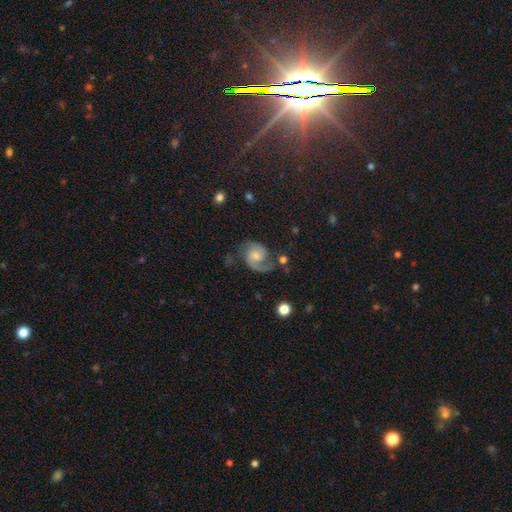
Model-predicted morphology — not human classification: This is clearly a featured or disk galaxy (84%). It is clearly not viewed edge-on (98%). Bar: possibly no (57%). Spiral arm pattern: clearly yes (97%). Spiral arm count: clearly 2 (84%). Spiral winding: possibly medium (56%). Central bulge: possibly moderate (46%). Merging: likely none (65%).